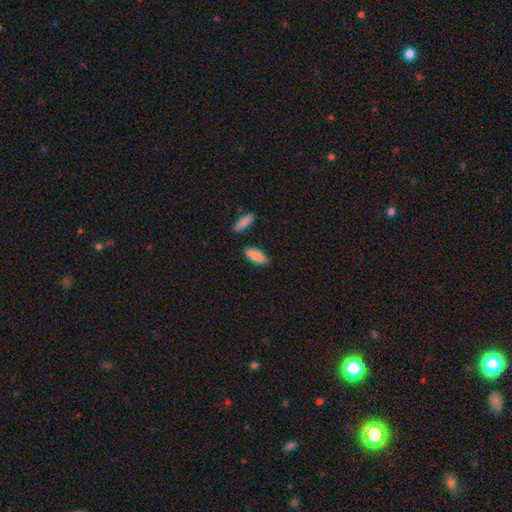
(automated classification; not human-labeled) smooth_or_featured: smooth (p=0.88) [alt: star or artifact p=0.06]
how_rounded: in between (p=0.80) [alt: cigar-shaped p=0.18]
merging: none (p=0.82) [alt: minor disturbance p=0.11]